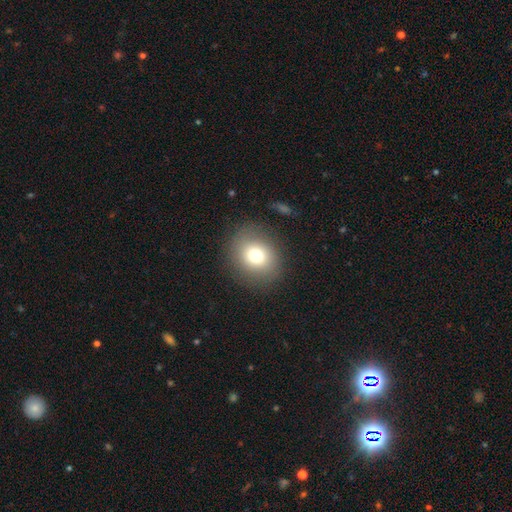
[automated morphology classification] Smooth or featured? Predicted: smooth (p=0.75). How rounded? Predicted: round (p=0.68). Merging? Predicted: none (p=0.84).